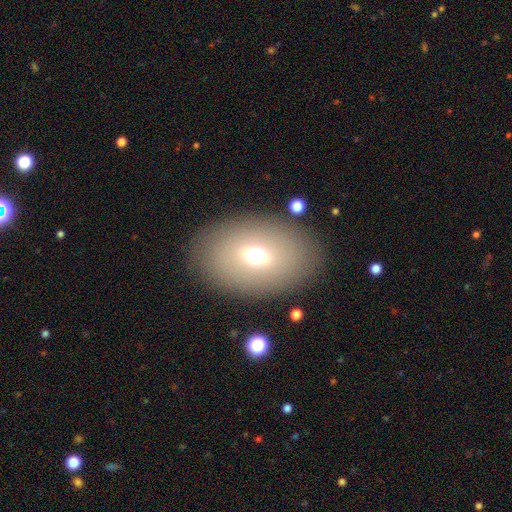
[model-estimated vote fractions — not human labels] Overall: smooth (65%). How rounded: in between (76%). Merging: none (81%).